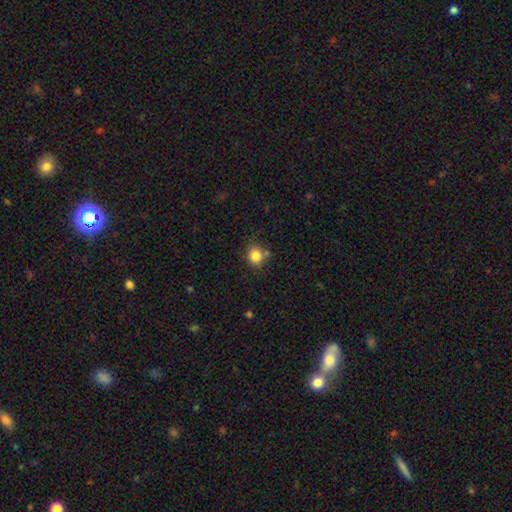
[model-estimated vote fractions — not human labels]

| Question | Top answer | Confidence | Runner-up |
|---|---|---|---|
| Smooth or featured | smooth | 84% | star or artifact (11%) |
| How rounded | round | 78% | in between (21%) |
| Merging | none | 74% | minor disturbance (14%) |